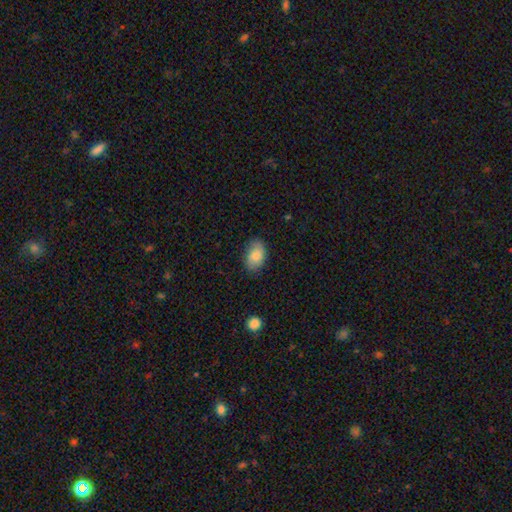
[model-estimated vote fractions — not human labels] Morphology: type=smooth (82%); roundness=in between (90%); merging=none (77%).